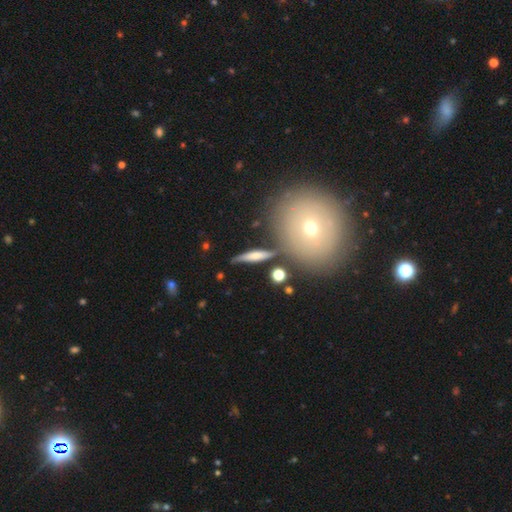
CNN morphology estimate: Overall: smooth (47%; featured or disk 44%). Merging: none (73%).